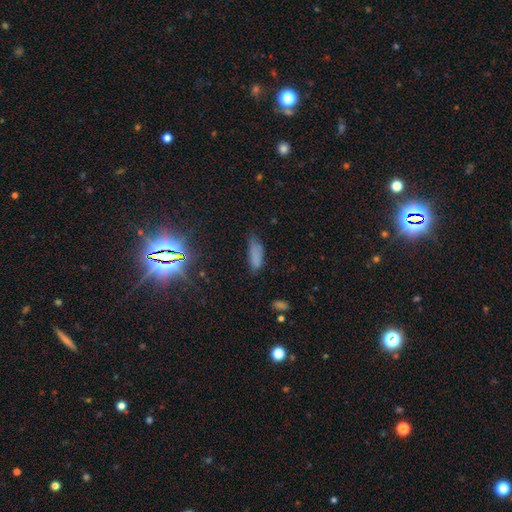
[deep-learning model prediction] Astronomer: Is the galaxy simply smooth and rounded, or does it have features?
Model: smooth — 71%.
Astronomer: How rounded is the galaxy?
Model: in between — 59% (runner-up: cigar-shaped, 38%).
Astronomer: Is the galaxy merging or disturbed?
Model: none — 58%.